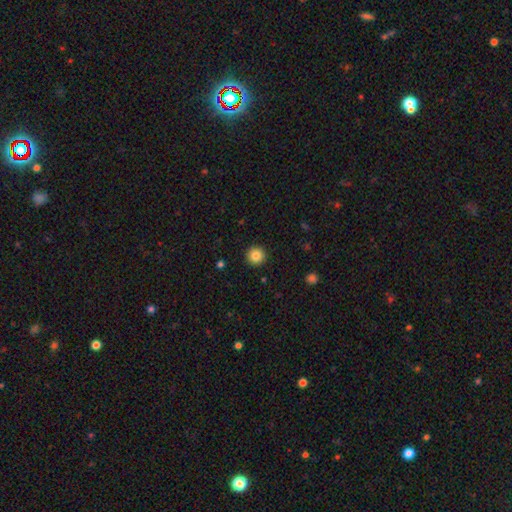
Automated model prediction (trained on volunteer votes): This is clearly a smooth galaxy (85%). How rounded: clearly round (96%). Merging: clearly none (93%).